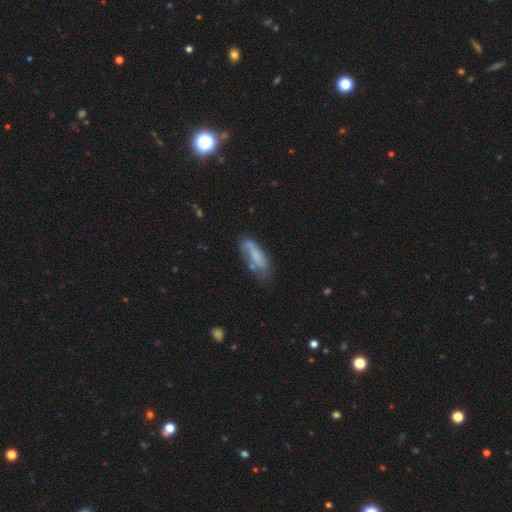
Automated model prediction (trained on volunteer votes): Smooth or featured? smooth (55%)
How rounded? in between (60%)
Merging? none (48%)